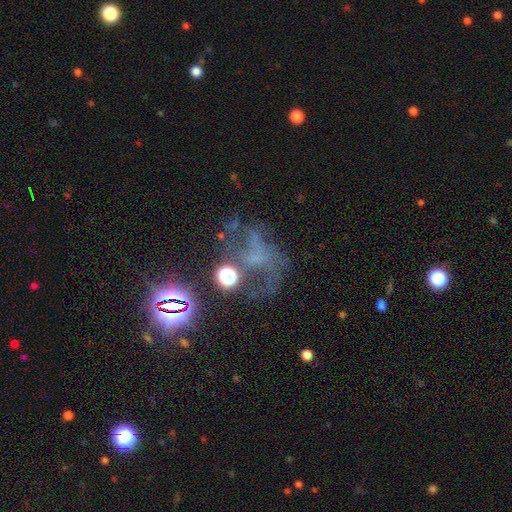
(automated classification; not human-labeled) This appears to be a featured or disk galaxy (45%). Merging: major disturbance (38%).